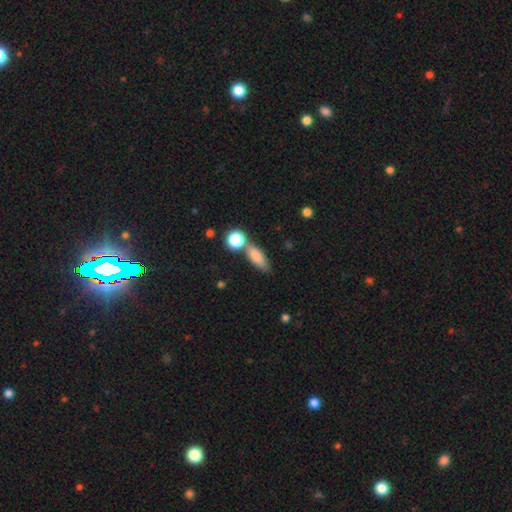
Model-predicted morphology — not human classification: Smooth or featured: smooth — 82% (featured or disk — 10%)
How rounded: in between — 65% (cigar-shaped — 27%)
Merging: none — 53% (merger — 28%)